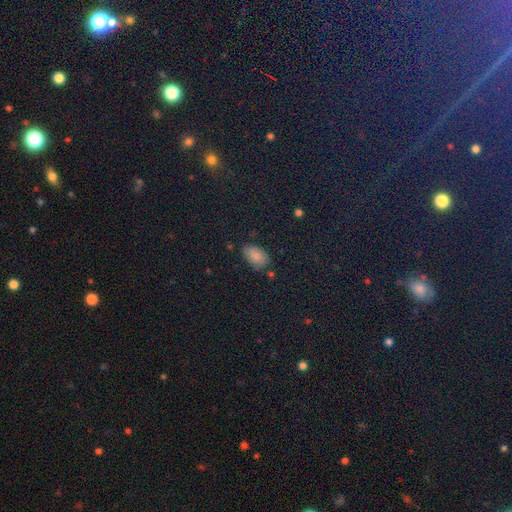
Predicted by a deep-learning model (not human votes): smooth_or_featured: smooth (p=0.81) [alt: star or artifact p=0.13]
how_rounded: in between (p=0.92) [alt: round p=0.06]
merging: none (p=0.74) [alt: minor disturbance p=0.19]